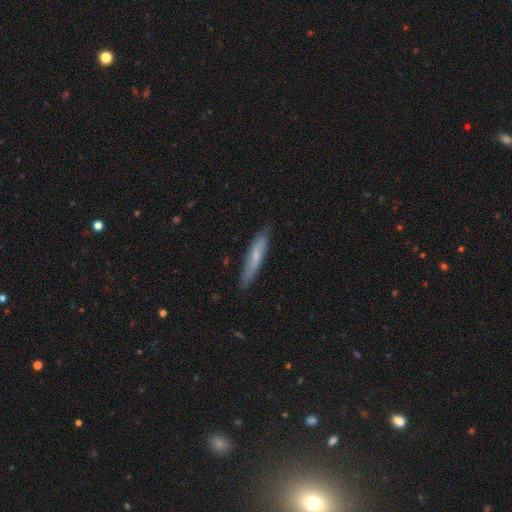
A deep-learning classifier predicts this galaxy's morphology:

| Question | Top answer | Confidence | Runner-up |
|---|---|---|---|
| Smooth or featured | smooth | 59% | featured or disk (35%) |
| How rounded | cigar-shaped | 88% | in between (11%) |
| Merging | none | 81% | minor disturbance (15%) |